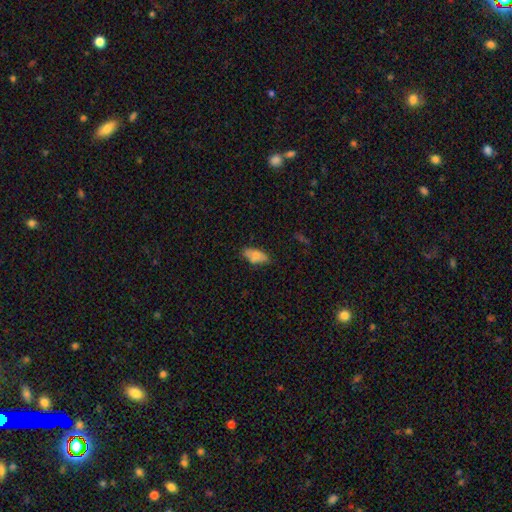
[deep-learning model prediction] This is likely a smooth galaxy (73%). How rounded: clearly in between (85%). Merging: likely none (68%).